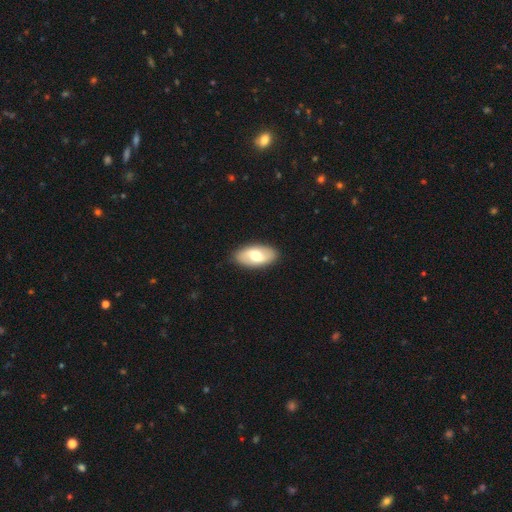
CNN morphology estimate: The model was most divided on "smooth or featured": smooth: 56%, featured or disk: 38%, star or artifact: 5%. More confident: how rounded — in between (93%); merging — none (88%).